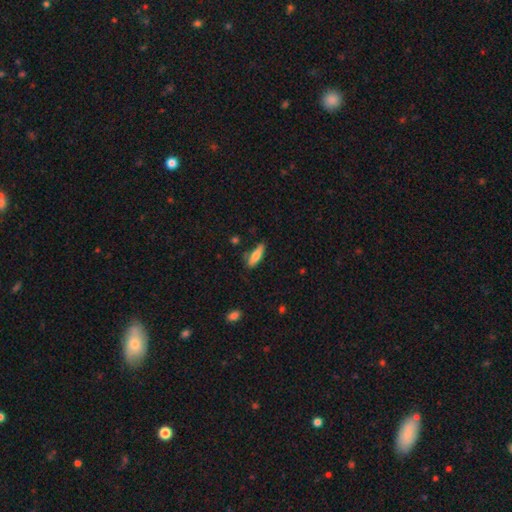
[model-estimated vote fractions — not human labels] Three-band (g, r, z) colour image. It shows a smooth galaxy with no disk features (76%) that is cigar-shaped (59%). Merging: none (73%).